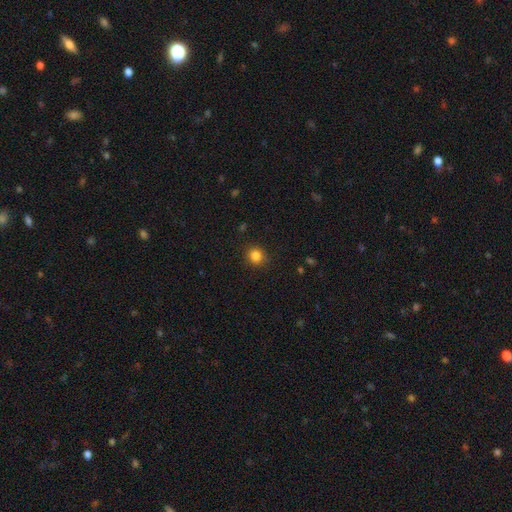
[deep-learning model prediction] The model was most divided on "how rounded": round: 83%, in between: 16%, cigar-shaped: 1%. More confident: merging — none (89%); smooth or featured — smooth (84%).